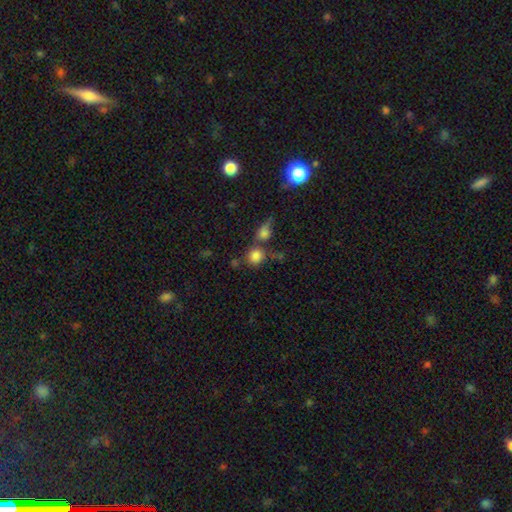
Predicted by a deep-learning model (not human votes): smooth_or_featured: smooth (p=0.81) [alt: star or artifact p=0.11]
how_rounded: round (p=0.82) [alt: in between p=0.16]
merging: none (p=0.52) [alt: merger p=0.32]